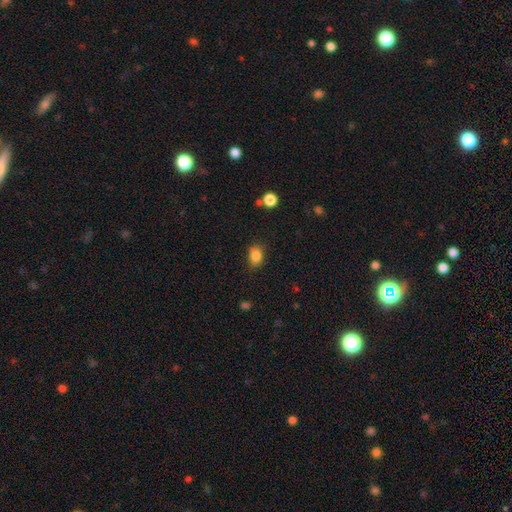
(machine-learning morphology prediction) Smooth or featured? Predicted: smooth (p=0.85). How rounded? Predicted: in between (p=0.64). Merging? Predicted: none (p=0.81).